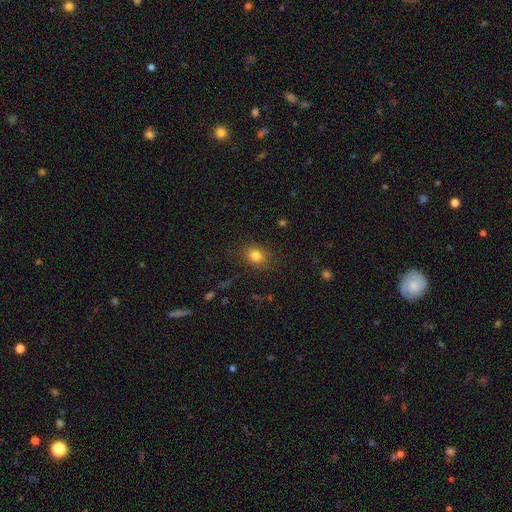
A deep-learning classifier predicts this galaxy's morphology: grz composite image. It shows a smooth galaxy with no disk features (81%) that is round (63%). Merging: none (87%).